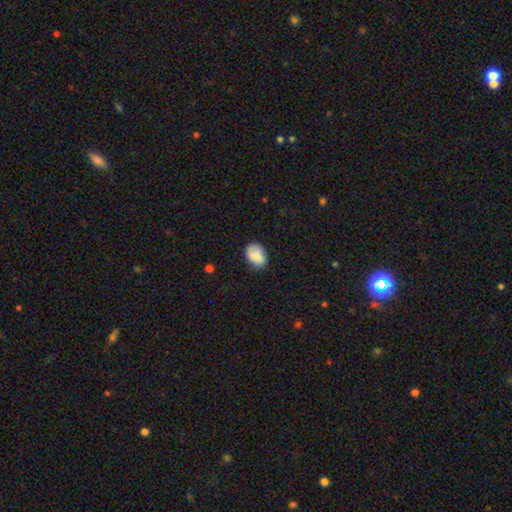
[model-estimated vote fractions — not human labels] Smooth or featured? smooth (83%)
How rounded? in between (76%)
Merging? none (74%)